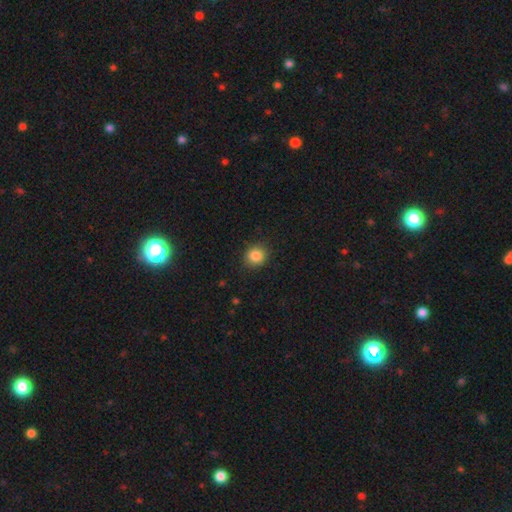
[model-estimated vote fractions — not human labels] The model was most divided on "how rounded": round: 81%, in between: 18%, cigar-shaped: 1%. More confident: merging — none (89%); smooth or featured — smooth (85%).